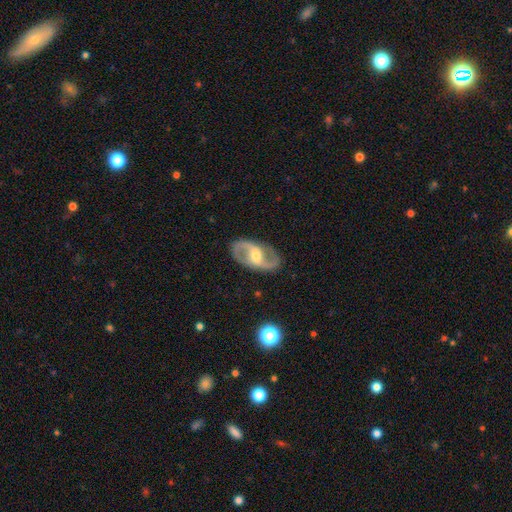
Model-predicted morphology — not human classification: The model was most divided on "bar": weak: 46%, strong: 36%, no: 18%. More confident: edge-on disk — no (96%); spiral arms — yes (94%); spiral arm count — 2 (93%); smooth or featured — featured or disk (87%); merging — none (85%); bulge size — moderate (58%); spiral winding — medium (53%).